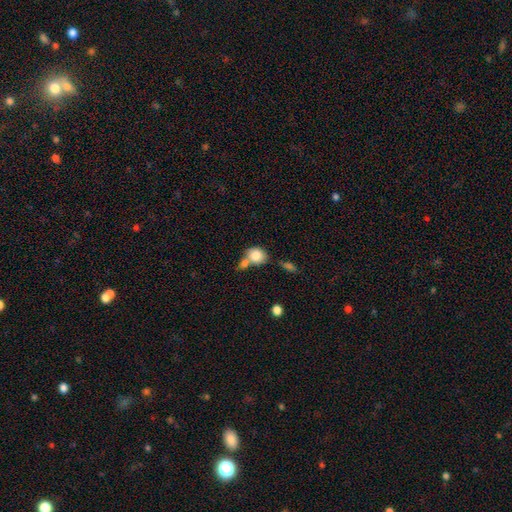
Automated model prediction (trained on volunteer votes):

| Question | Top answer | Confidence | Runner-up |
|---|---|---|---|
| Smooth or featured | smooth | 81% | featured or disk (11%) |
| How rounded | round | 61% | in between (38%) |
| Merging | merger | 46% | none (36%) |